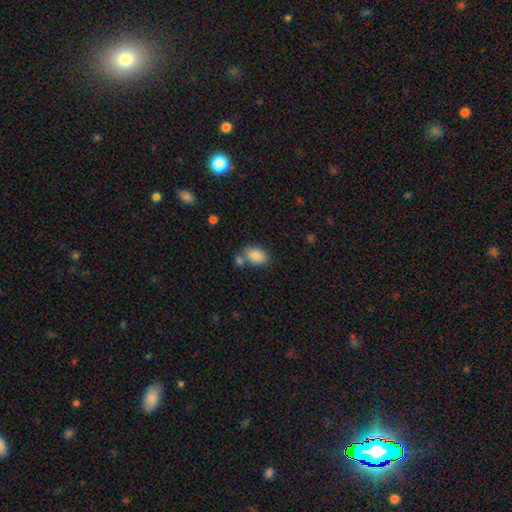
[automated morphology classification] smooth_or_featured: smooth (p=0.87) [alt: star or artifact p=0.08]
how_rounded: in between (p=0.88) [alt: round p=0.11]
merging: none (p=0.63) [alt: merger p=0.19]